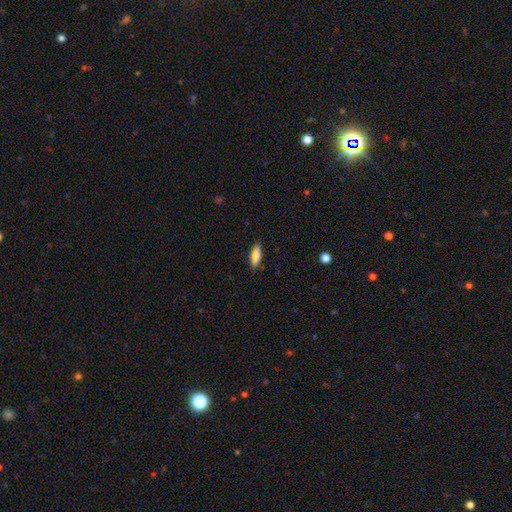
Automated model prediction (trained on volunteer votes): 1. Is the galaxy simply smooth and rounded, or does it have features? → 85% smooth, 9% featured or disk, 6% star or artifact.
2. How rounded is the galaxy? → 65% in between, 33% cigar-shaped, 2% round.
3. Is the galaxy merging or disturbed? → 84% none, 13% minor disturbance, 2% major disturbance, 1% merger.